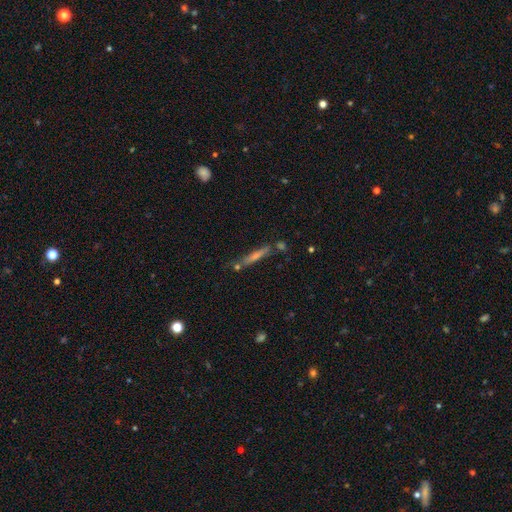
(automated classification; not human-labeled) Smooth or featured?
  - featured or disk: 52% *
  - smooth: 35%
  - star or artifact: 13%
Edge-on disk?
  - yes: 92% *
  - no: 8%
Merging?
  - none: 74% *
  - minor disturbance: 13%
  - merger: 9%
  - major disturbance: 4%